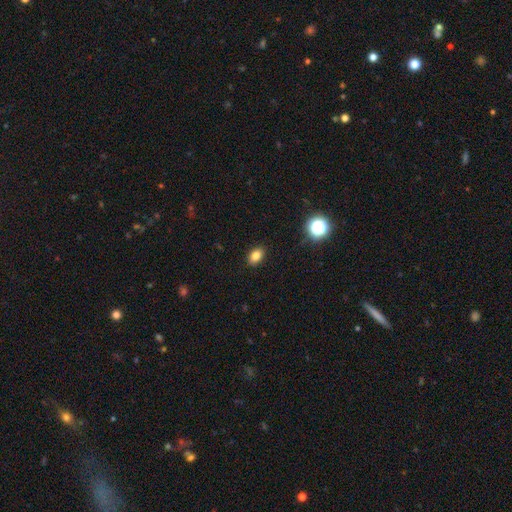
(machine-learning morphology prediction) Smooth or featured?
  - smooth: 81% *
  - star or artifact: 12%
  - featured or disk: 7%
How rounded?
  - in between: 82% *
  - round: 17%
  - cigar-shaped: 1%
Merging?
  - none: 89% *
  - minor disturbance: 8%
  - major disturbance: 2%
  - merger: 1%